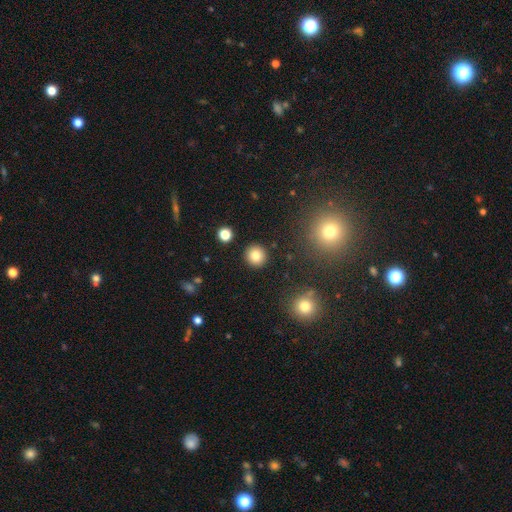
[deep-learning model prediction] Smooth or featured? Predicted: smooth (p=0.82). How rounded? Predicted: round (p=0.93). Merging? Predicted: none (p=0.91).